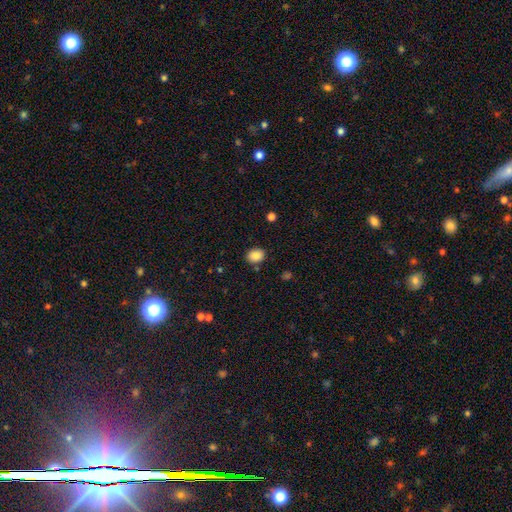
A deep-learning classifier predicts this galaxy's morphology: This appears to be a smooth galaxy with no disk features (87%) that is in between round and cigar-shaped (56%). Merging: none (85%).